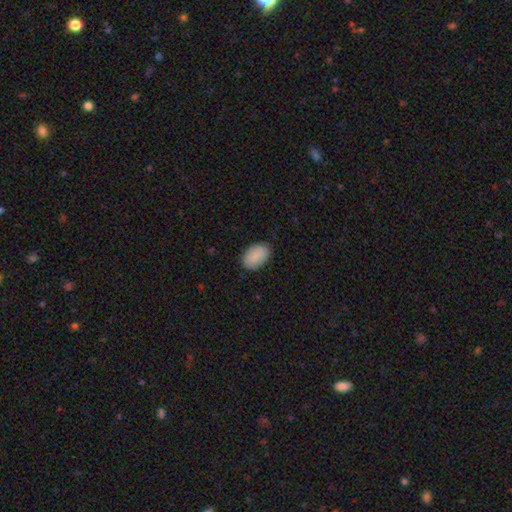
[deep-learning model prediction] The model was most divided on "merging": none: 86%, minor disturbance: 11%, major disturbance: 2%, merger: 1%. More confident: how rounded — in between (92%); smooth or featured — smooth (89%).